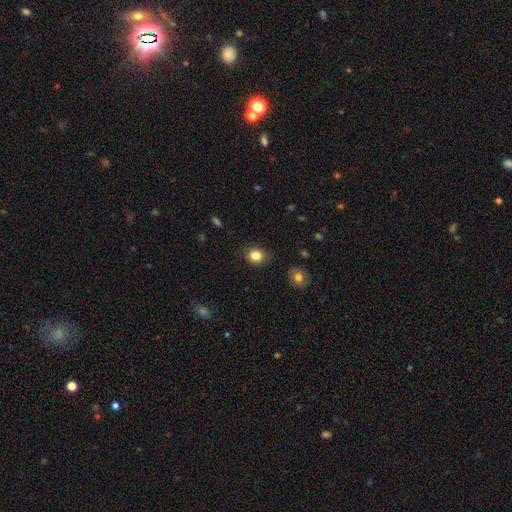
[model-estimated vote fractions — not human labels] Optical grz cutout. It shows a smooth galaxy with no disk features (84%) that is round (71%). Merging: none (83%).